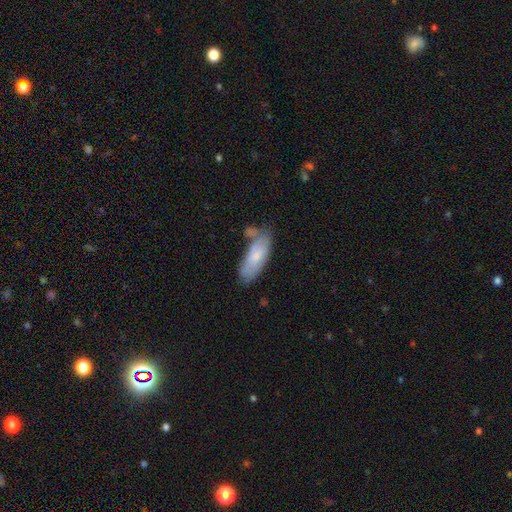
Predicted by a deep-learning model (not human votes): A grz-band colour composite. It shows a smooth galaxy with no disk features (74%) that is in between round and cigar-shaped (74%). Merging: none (48%).